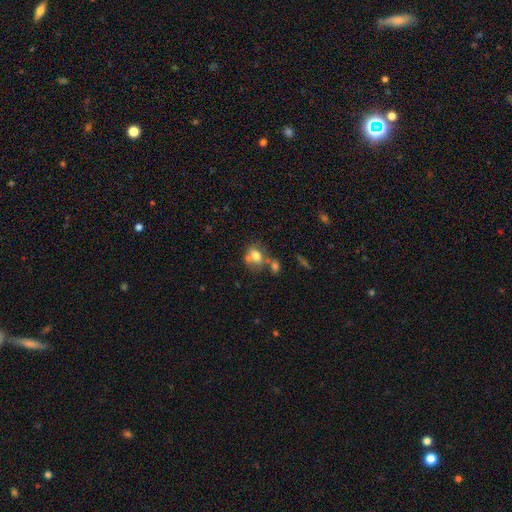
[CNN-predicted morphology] Smooth or featured: smooth — 71% (featured or disk — 18%)
How rounded: in between — 52% (round — 47%)
Merging: none — 41% (merger — 36%)